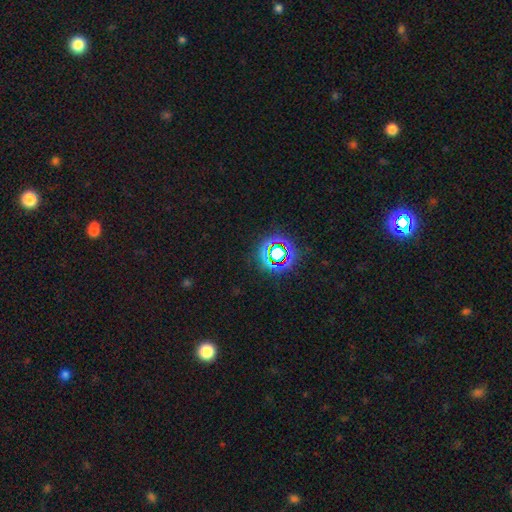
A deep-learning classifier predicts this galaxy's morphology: star or artifact 59%, smooth 34%, featured or disk 7%.